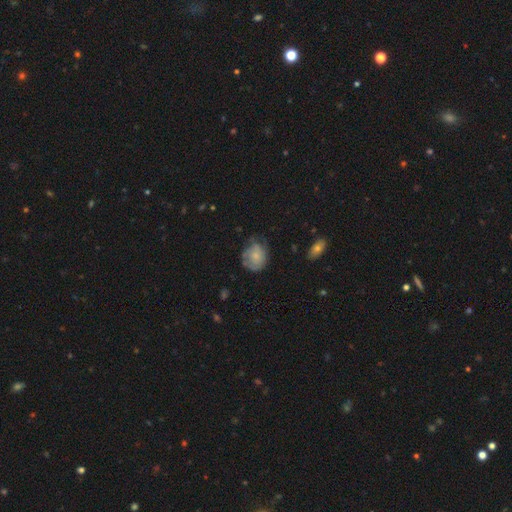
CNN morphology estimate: type=smooth (67%); roundness=round (67%); merging=none (48%).